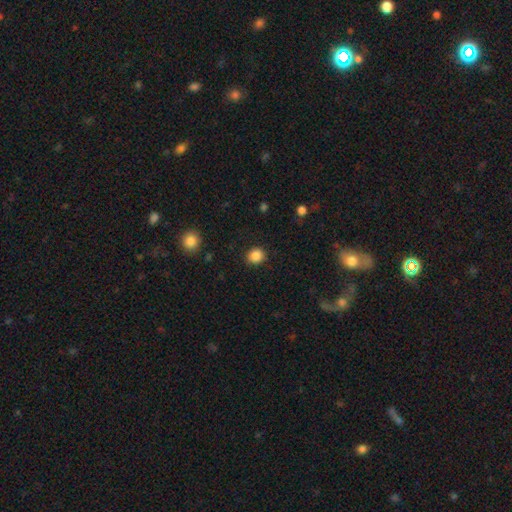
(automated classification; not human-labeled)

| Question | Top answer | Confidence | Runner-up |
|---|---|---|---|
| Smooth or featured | smooth | 87% | star or artifact (10%) |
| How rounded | round | 82% | in between (17%) |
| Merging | none | 89% | minor disturbance (7%) |